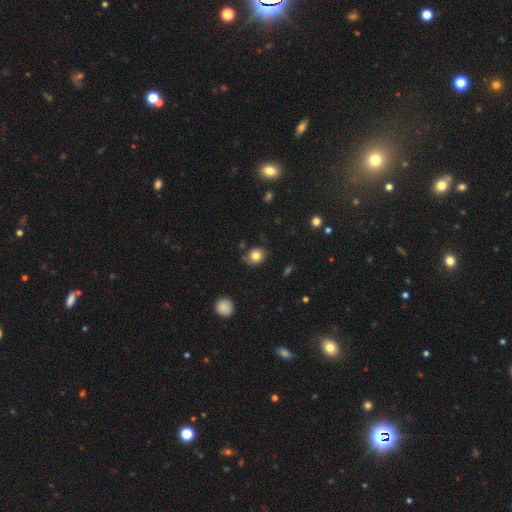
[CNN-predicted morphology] smooth_or_featured: smooth (p=0.80) [alt: star or artifact p=0.11]
how_rounded: round (p=0.73) [alt: in between p=0.26]
merging: none (p=0.73) [alt: minor disturbance p=0.20]